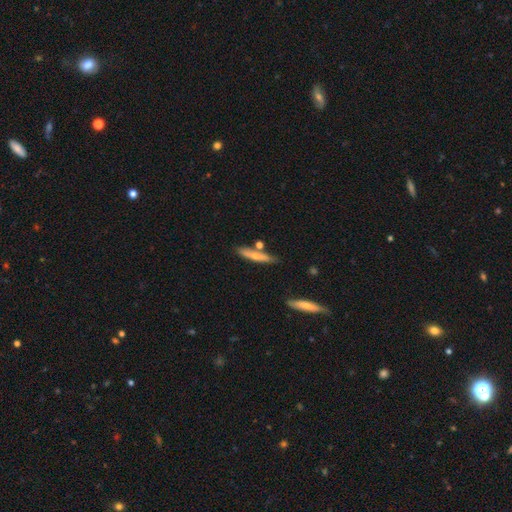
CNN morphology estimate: The model was most divided on "smooth or featured": smooth: 55%, featured or disk: 38%, star or artifact: 6%. More confident: how rounded — cigar-shaped (86%); merging — none (71%).